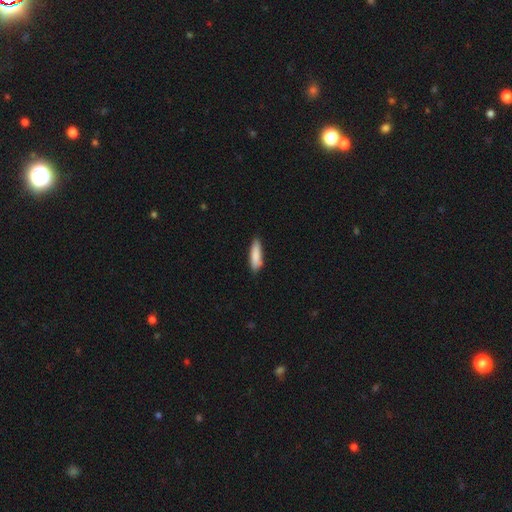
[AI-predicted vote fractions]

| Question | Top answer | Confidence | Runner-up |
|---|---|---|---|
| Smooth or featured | smooth | 85% | featured or disk (9%) |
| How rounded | cigar-shaped | 66% | in between (32%) |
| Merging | none | 80% | minor disturbance (16%) |